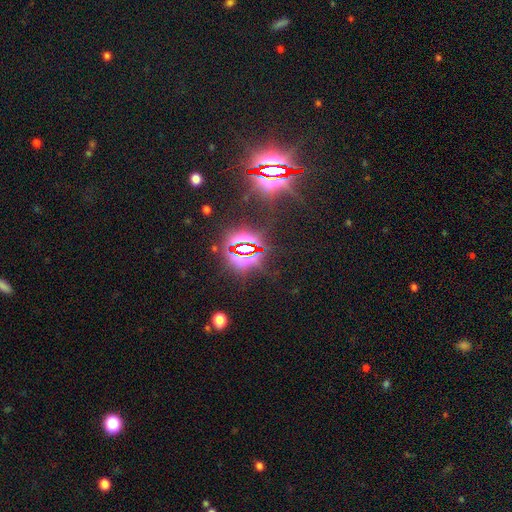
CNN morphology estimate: Smooth or featured: star or artifact — 85% (featured or disk — 8%)